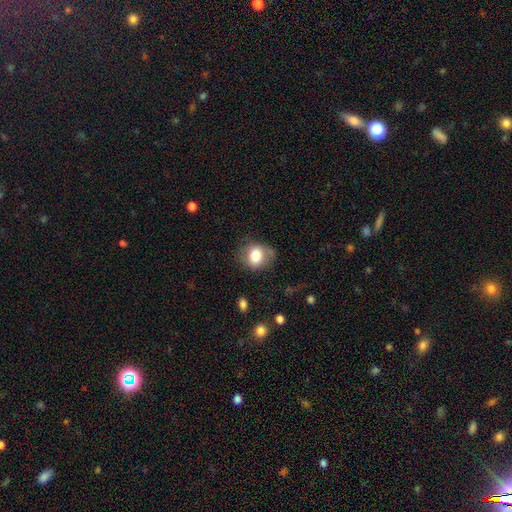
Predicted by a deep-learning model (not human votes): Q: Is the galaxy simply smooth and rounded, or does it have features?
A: smooth — 78%.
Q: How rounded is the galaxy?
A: round — 67%.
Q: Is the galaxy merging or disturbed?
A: none — 69%.